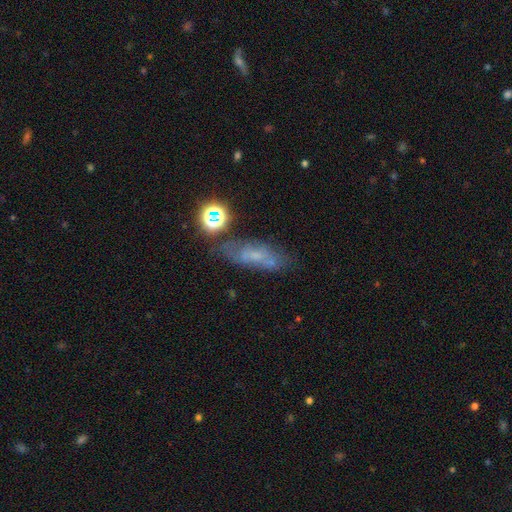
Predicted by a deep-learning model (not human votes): Smooth or featured?
  - featured or disk: 40% *
  - smooth: 38%
  - star or artifact: 22%
Merging?
  - none: 58% *
  - minor disturbance: 21%
  - major disturbance: 11%
  - merger: 11%